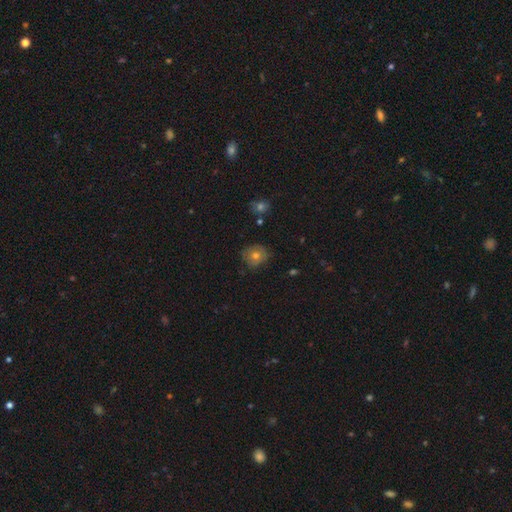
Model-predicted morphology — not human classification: This is possibly a smooth galaxy (54%). How rounded: clearly round (82%). Merging: likely none (78%).